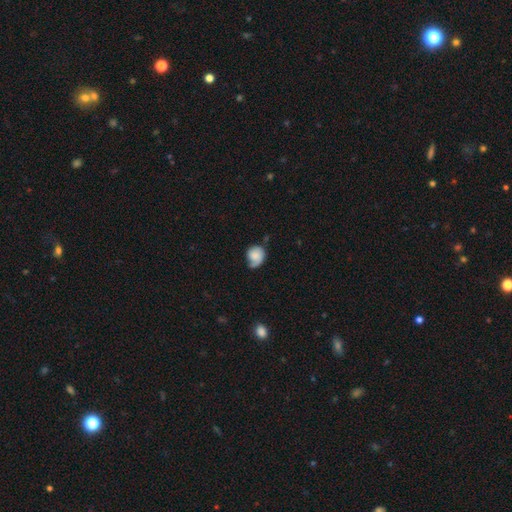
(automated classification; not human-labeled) Smooth or featured? smooth (61%)
How rounded? round (67%)
Merging? none (45%)